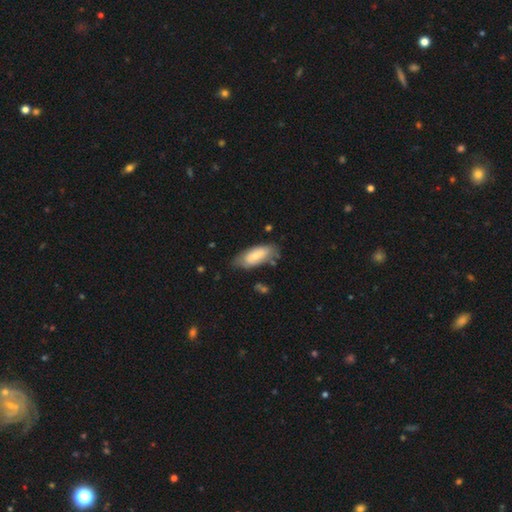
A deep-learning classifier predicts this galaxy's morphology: Q: Smooth or featured?
A: smooth (69%); runner-up: featured or disk (25%)
Q: How rounded?
A: in between (82%); runner-up: cigar-shaped (16%)
Q: Merging?
A: none (63%); runner-up: minor disturbance (27%)